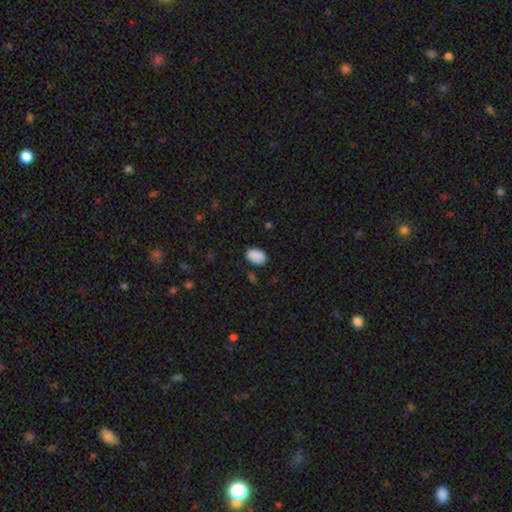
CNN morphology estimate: The model was most divided on "merging": none: 81%, minor disturbance: 14%, major disturbance: 3%, merger: 2%. More confident: how rounded — in between (90%); smooth or featured — smooth (89%).